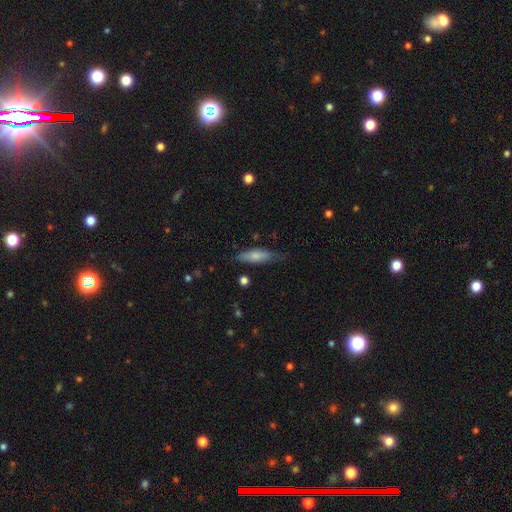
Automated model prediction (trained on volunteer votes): Smooth or featured?
  - smooth: 72% *
  - featured or disk: 22%
  - star or artifact: 6%
How rounded?
  - cigar-shaped: 52% *
  - in between: 46%
  - round: 2%
Merging?
  - none: 65% *
  - minor disturbance: 27%
  - major disturbance: 6%
  - merger: 2%